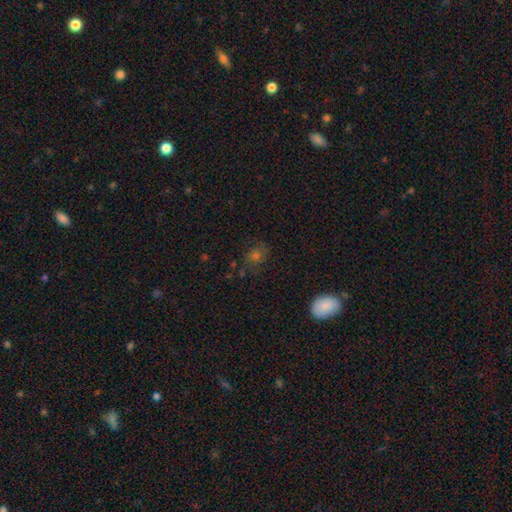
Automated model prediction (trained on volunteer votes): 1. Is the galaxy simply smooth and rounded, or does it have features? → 63% smooth, 25% star or artifact, 12% featured or disk.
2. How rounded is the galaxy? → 59% round, 40% in between, 2% cigar-shaped.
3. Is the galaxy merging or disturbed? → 75% none, 16% minor disturbance, 6% major disturbance, 3% merger.